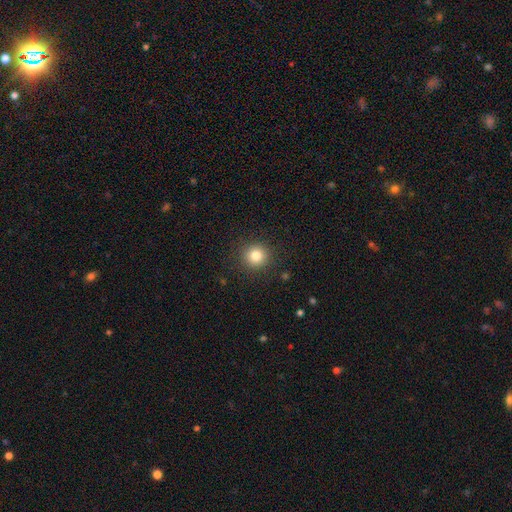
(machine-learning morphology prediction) Smooth or featured?
  - smooth: 82% *
  - star or artifact: 12%
  - featured or disk: 6%
How rounded?
  - round: 93% *
  - in between: 6%
  - cigar-shaped: 1%
Merging?
  - none: 90% *
  - minor disturbance: 6%
  - major disturbance: 2%
  - merger: 1%